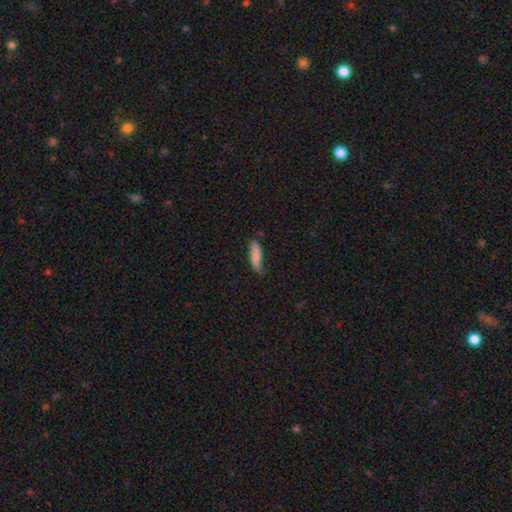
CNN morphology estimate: Smooth or featured?
  - smooth: 74% *
  - featured or disk: 20%
  - star or artifact: 6%
How rounded?
  - cigar-shaped: 54% *
  - in between: 44%
  - round: 2%
Merging?
  - none: 60% *
  - minor disturbance: 31%
  - major disturbance: 7%
  - merger: 3%